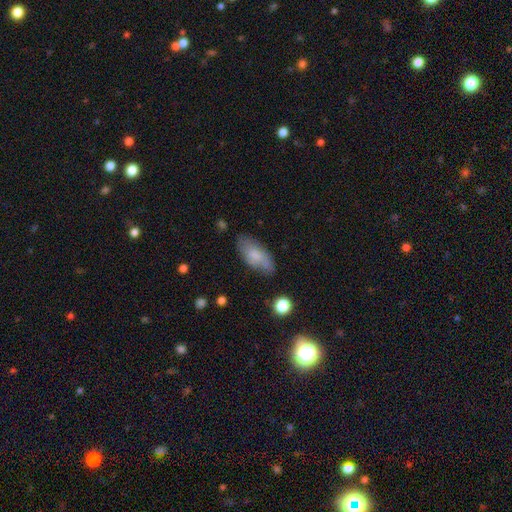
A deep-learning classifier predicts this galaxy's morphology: smooth-or-featured: smooth: 72% | featured or disk: 21% | star or artifact: 7%
  how-rounded: in between: 87% | cigar-shaped: 10% | round: 2%
  merging: none: 68% | minor disturbance: 23% | major disturbance: 6% | merger: 3%